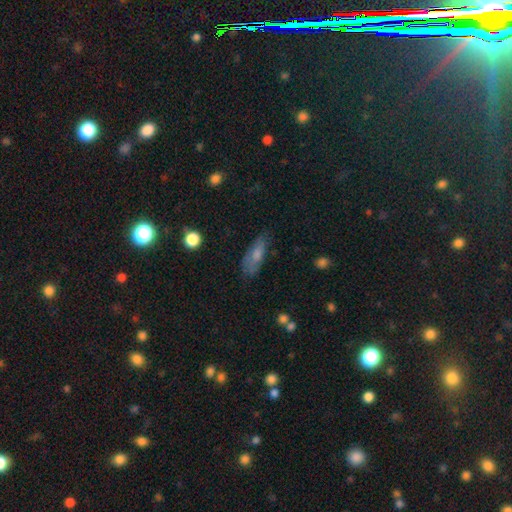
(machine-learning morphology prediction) This is likely a smooth galaxy (64%). How rounded: likely in between (63%). Merging: likely none (64%).